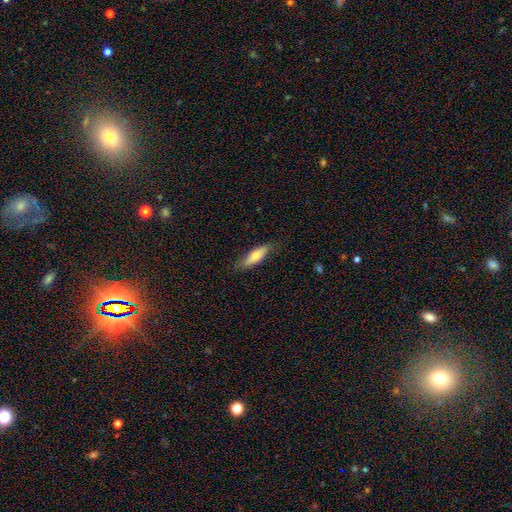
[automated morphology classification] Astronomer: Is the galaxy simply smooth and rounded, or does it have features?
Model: smooth — 67%.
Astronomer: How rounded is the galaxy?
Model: cigar-shaped — 50% (runner-up: in between, 48%).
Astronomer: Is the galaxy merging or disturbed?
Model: none — 80%.